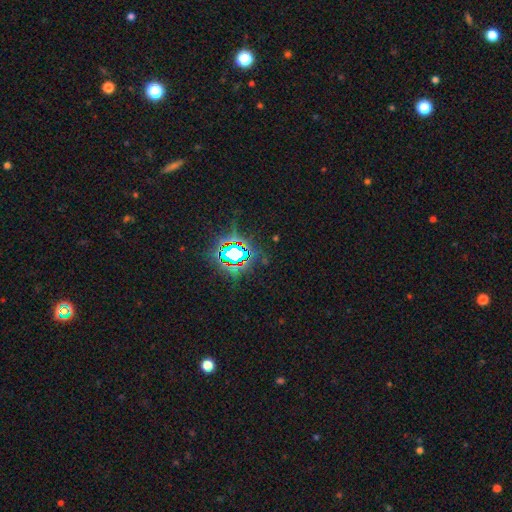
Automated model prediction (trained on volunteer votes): A star or artifact, not a galaxy (82%).

Vote fractions:
- Smooth or featured? star or artifact: 82% / smooth: 11% / featured or disk: 7%